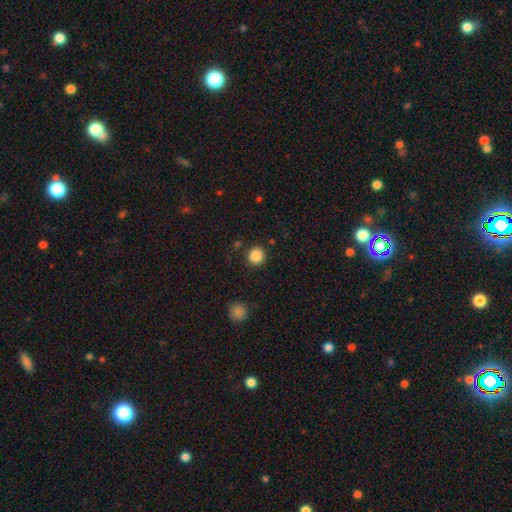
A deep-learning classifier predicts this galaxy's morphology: This appears to be a smooth galaxy with no disk features (86%) that is round (92%). Merging: none (89%).